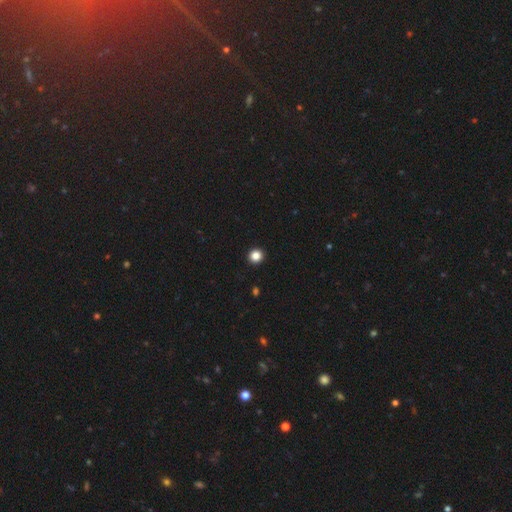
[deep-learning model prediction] Q: Smooth or featured?
A: smooth (85%); runner-up: star or artifact (12%)
Q: How rounded?
A: round (93%); runner-up: in between (6%)
Q: Merging?
A: none (94%); runner-up: minor disturbance (4%)